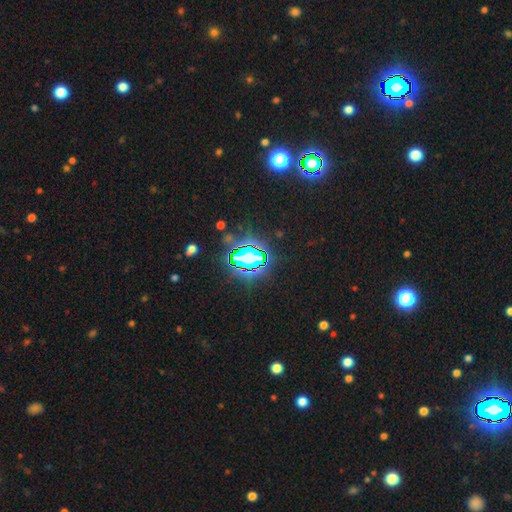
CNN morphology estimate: The model was most divided on "smooth or featured": star or artifact: 81%, smooth: 11%, featured or disk: 8%.